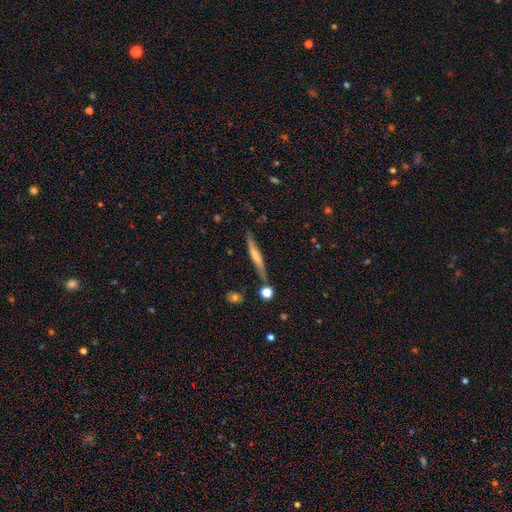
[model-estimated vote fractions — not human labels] Morphology: type=smooth (54%); roundness=cigar-shaped (93%); merging=none (71%).